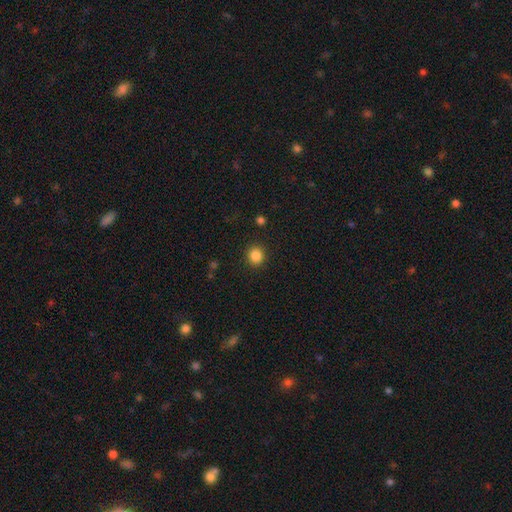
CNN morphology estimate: Smooth or featured? Predicted: smooth (p=0.84). How rounded? Predicted: round (p=0.88). Merging? Predicted: none (p=0.91).